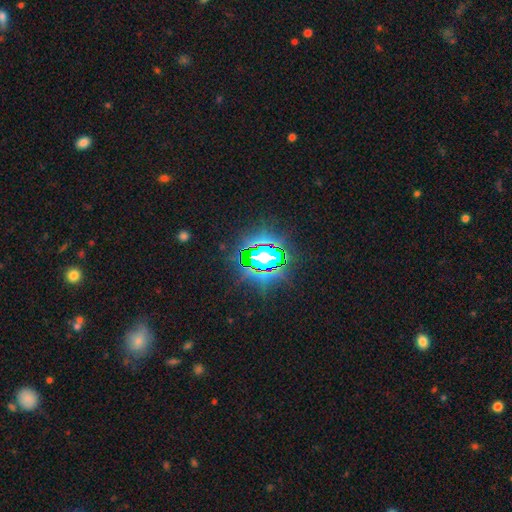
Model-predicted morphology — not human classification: smooth-or-featured: star or artifact: 81% | smooth: 11% | featured or disk: 8%